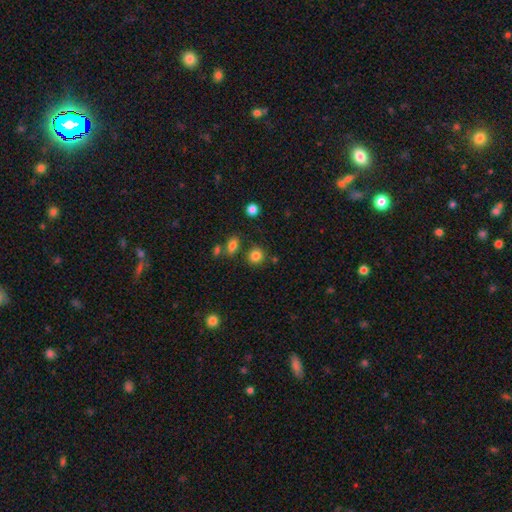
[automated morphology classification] Smooth or featured?
  - smooth: 83% *
  - star or artifact: 11%
  - featured or disk: 5%
How rounded?
  - round: 84% *
  - in between: 15%
  - cigar-shaped: 1%
Merging?
  - none: 78% *
  - minor disturbance: 10%
  - merger: 9%
  - major disturbance: 4%